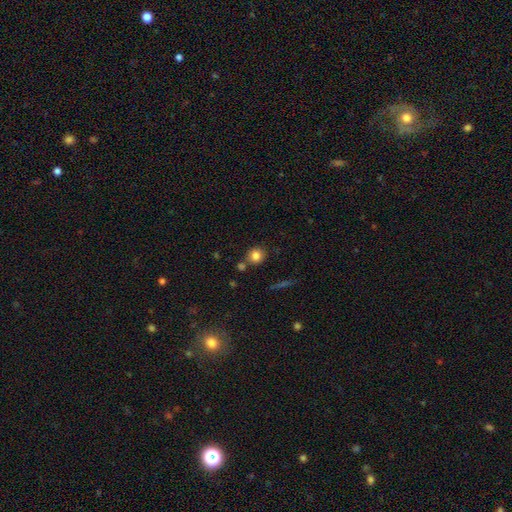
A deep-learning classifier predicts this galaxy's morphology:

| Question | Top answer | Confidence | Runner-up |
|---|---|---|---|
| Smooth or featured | smooth | 82% | star or artifact (11%) |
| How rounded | round | 85% | in between (14%) |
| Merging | none | 74% | merger (12%) |